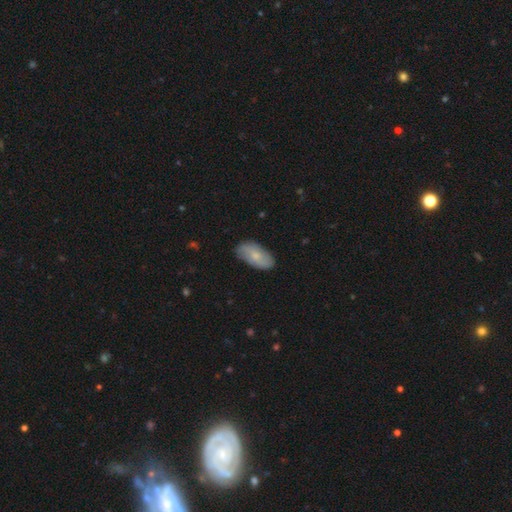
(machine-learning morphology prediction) smooth-or-featured: smooth: 66% | featured or disk: 29% | star or artifact: 6%
  how-rounded: in between: 93% | cigar-shaped: 4% | round: 3%
  merging: none: 80% | minor disturbance: 16% | major disturbance: 3% | merger: 1%